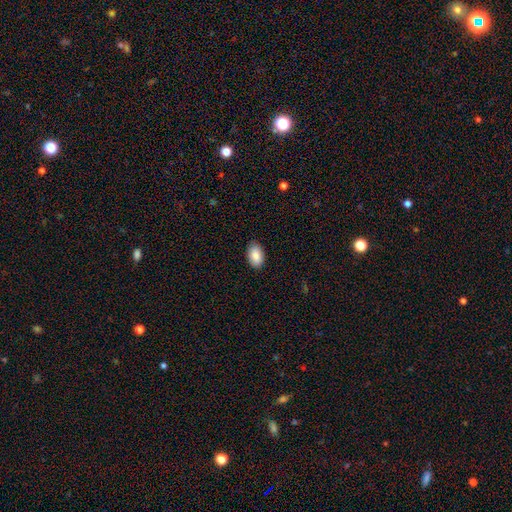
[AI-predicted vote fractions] This is clearly a smooth galaxy (88%). How rounded: clearly in between (93%). Merging: clearly none (88%).